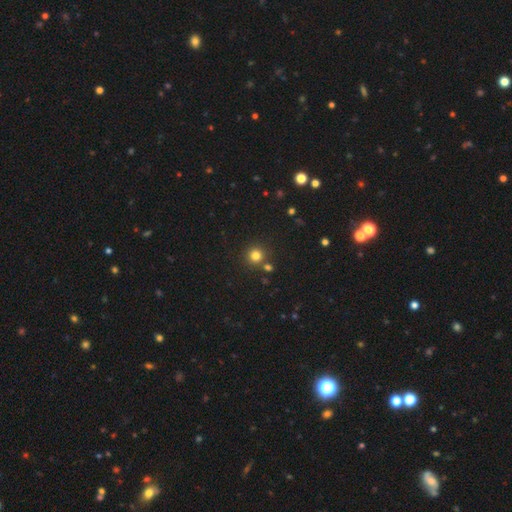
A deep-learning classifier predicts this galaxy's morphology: Q: Smooth or featured?
A: smooth (80%); runner-up: star or artifact (15%)
Q: How rounded?
A: round (93%); runner-up: in between (6%)
Q: Merging?
A: none (80%); runner-up: merger (10%)